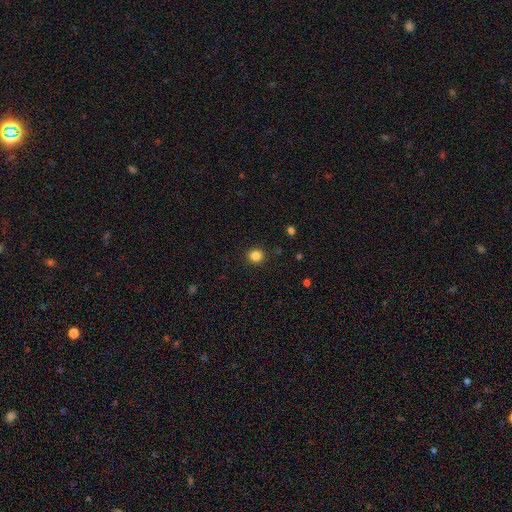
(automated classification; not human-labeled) Smooth or featured: smooth — 84% (star or artifact — 12%)
How rounded: round — 92% (in between — 7%)
Merging: none — 92% (minor disturbance — 5%)